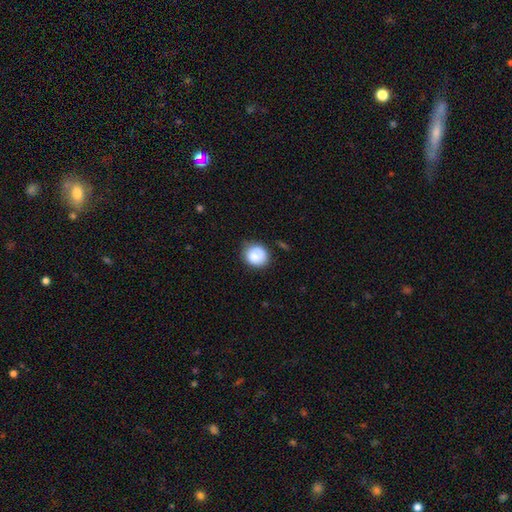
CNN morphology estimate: Overall: smooth (79%). How rounded: round (78%). Merging: none (68%).